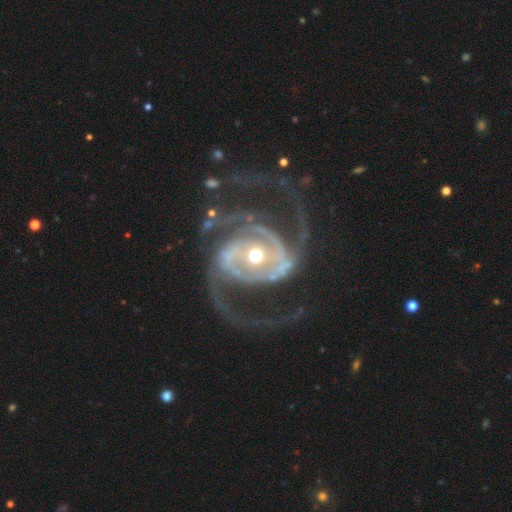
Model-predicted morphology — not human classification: A featured or disk galaxy (93%) with no bar (50%), 2 (60%) medium (54%) spiral arms (98%) and a moderate central bulge (69%).

Vote fractions:
- Smooth or featured? featured or disk: 93% / star or artifact: 4% / smooth: 3%
- Edge-on disk? no: 98% / yes: 2%
- Bar? no: 50% / weak: 27% / strong: 22%
- Spiral arms? yes: 98% / no: 2%
- Spiral winding? medium: 54% / tight: 25% / loose: 21%
- Spiral arm count? 2: 60% / 3: 19% / can't tell: 7% / 4: 5% / 1: 5% / more than 4: 4%
- Bulge size? moderate: 69% / small: 22% / large: 7% / dominant: 1% / none: 1%
- Merging? none: 57% / major disturbance: 25% / minor disturbance: 16% / merger: 3%